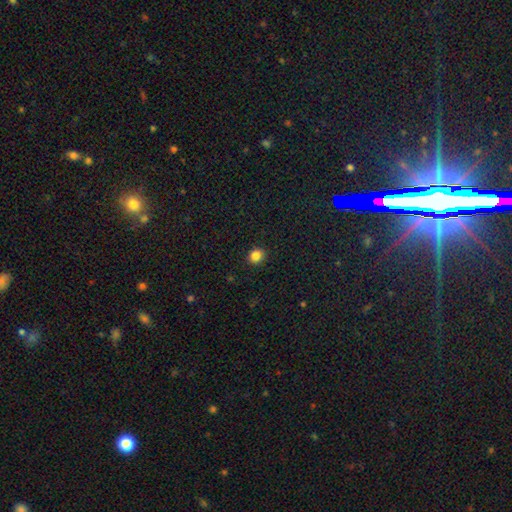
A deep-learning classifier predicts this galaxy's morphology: Q: Smooth or featured?
A: smooth (85%); runner-up: star or artifact (12%)
Q: How rounded?
A: round (75%); runner-up: in between (24%)
Q: Merging?
A: none (91%); runner-up: minor disturbance (6%)